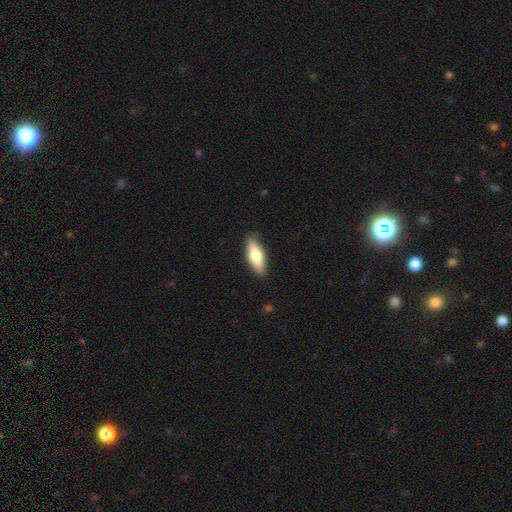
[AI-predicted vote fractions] A smooth galaxy with no disk features (68%) that is in between round and cigar-shaped (63%).

Vote fractions:
- Smooth or featured? smooth: 68% / featured or disk: 26% / star or artifact: 6%
- How rounded? in between: 63% / cigar-shaped: 35% / round: 2%
- Merging? none: 85% / minor disturbance: 12% / major disturbance: 2% / merger: 1%